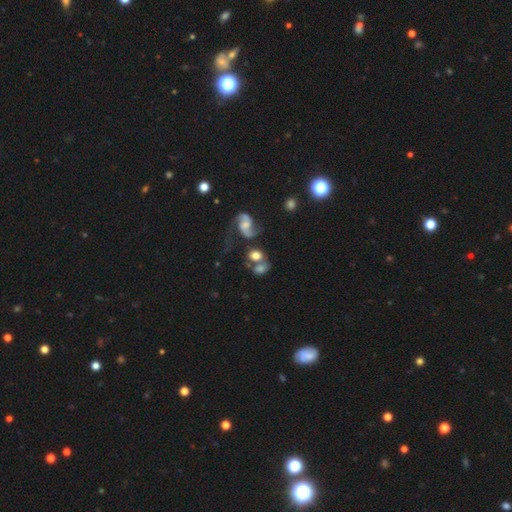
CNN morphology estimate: Smooth or featured? smooth (53%)
How rounded? round (51%)
Merging? none (38%, tied with merger)